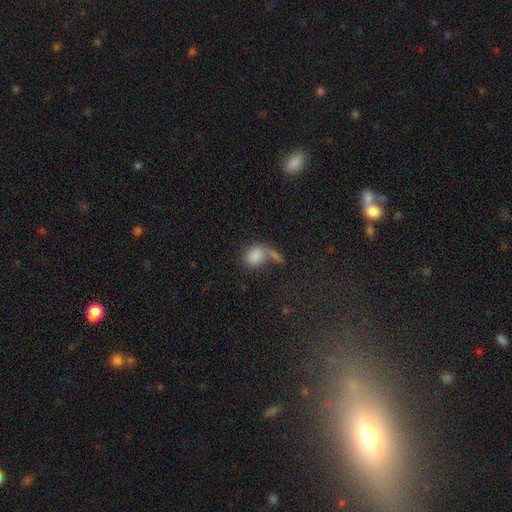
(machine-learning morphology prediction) smooth 82%, star or artifact 9%, featured or disk 8%. Down the decision tree: how rounded — in between (59%); merging — none (38%).